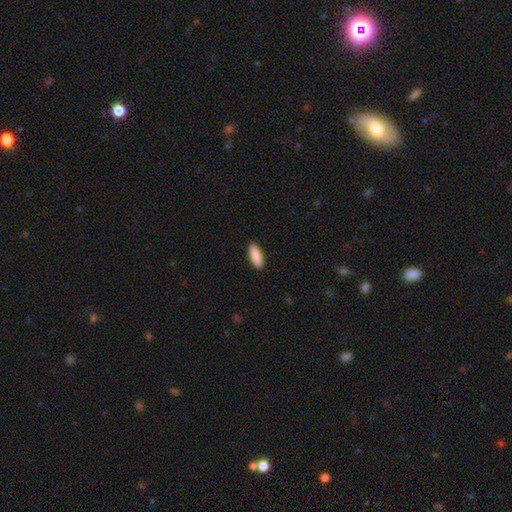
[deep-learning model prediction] Smooth or featured: smooth — 89% (featured or disk — 6%)
How rounded: in between — 68% (cigar-shaped — 30%)
Merging: none — 91% (minor disturbance — 7%)